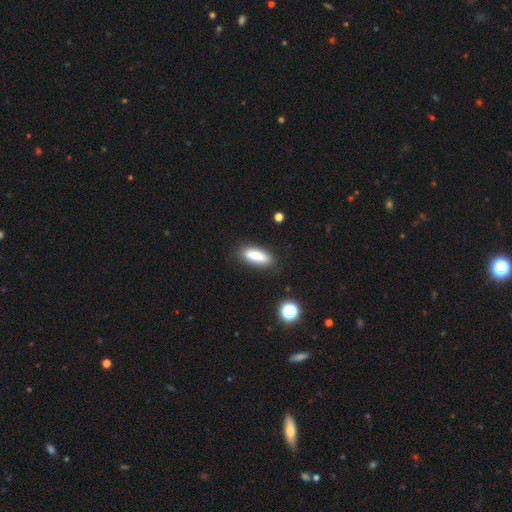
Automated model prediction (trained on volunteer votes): This is clearly a smooth galaxy (82%). How rounded: likely in between (65%). Merging: clearly none (81%).